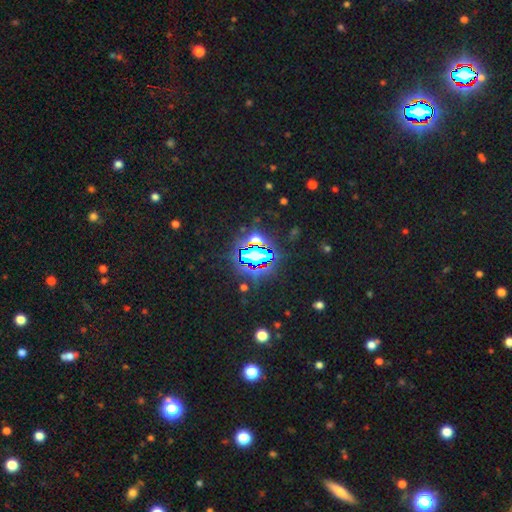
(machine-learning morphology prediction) Smooth or featured: star or artifact — 73% (smooth — 16%)